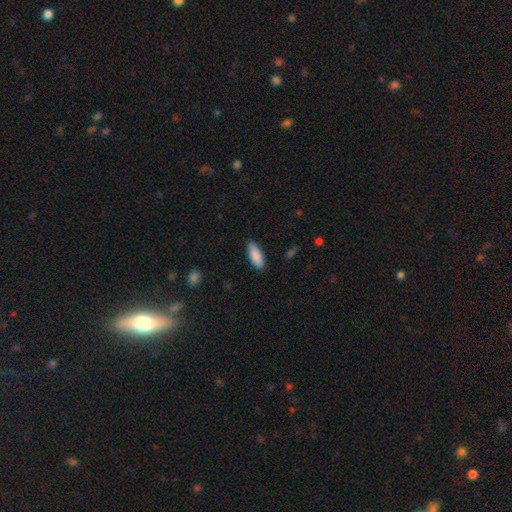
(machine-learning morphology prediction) smooth-or-featured: smooth: 89% | star or artifact: 6% | featured or disk: 6%
  how-rounded: in between: 73% | cigar-shaped: 26% | round: 2%
  merging: none: 87% | minor disturbance: 10% | major disturbance: 2% | merger: 1%